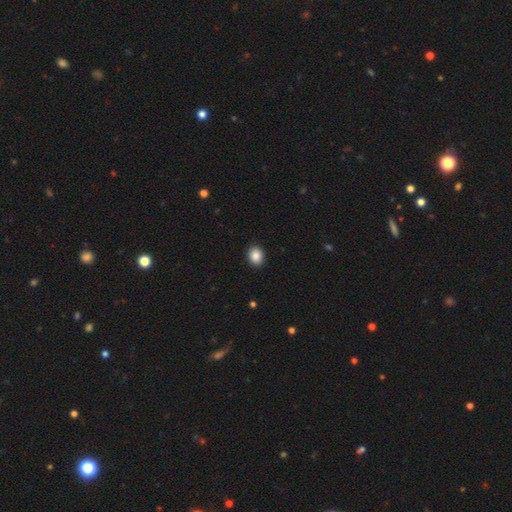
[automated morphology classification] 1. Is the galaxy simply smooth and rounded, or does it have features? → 88% smooth, 8% star or artifact, 4% featured or disk.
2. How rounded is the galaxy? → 55% in between, 44% round, 1% cigar-shaped.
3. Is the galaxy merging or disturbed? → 92% none, 6% minor disturbance, 2% major disturbance, 1% merger.